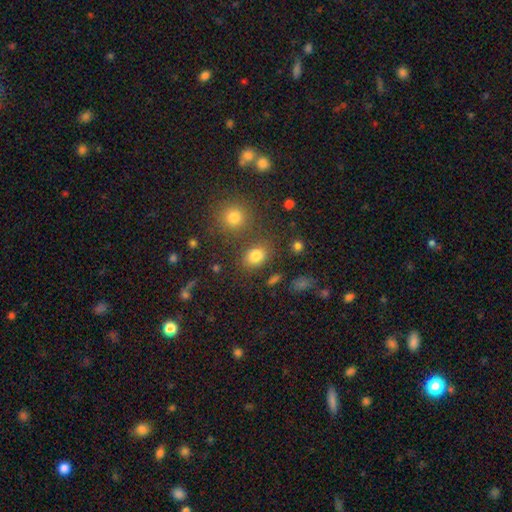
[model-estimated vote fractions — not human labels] Q: Smooth or featured?
A: smooth (79%); runner-up: star or artifact (14%)
Q: How rounded?
A: in between (65%); runner-up: round (33%)
Q: Merging?
A: none (74%); runner-up: minor disturbance (12%)